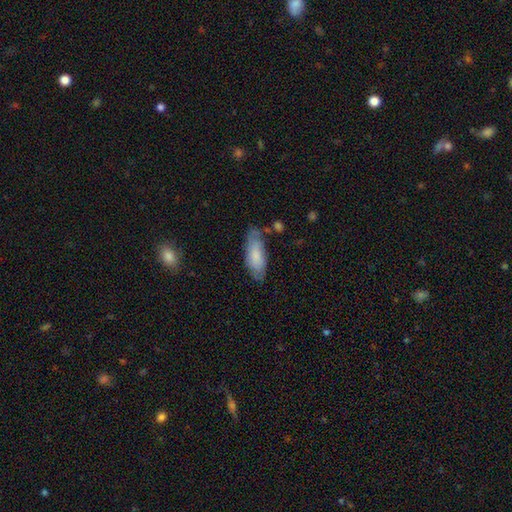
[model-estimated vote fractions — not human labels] A smooth galaxy with no disk features (73%) that is in between round and cigar-shaped (74%).

Vote fractions:
- Smooth or featured? smooth: 73% / featured or disk: 21% / star or artifact: 6%
- How rounded? in between: 74% / cigar-shaped: 24% / round: 2%
- Merging? none: 64% / minor disturbance: 26% / major disturbance: 6% / merger: 4%